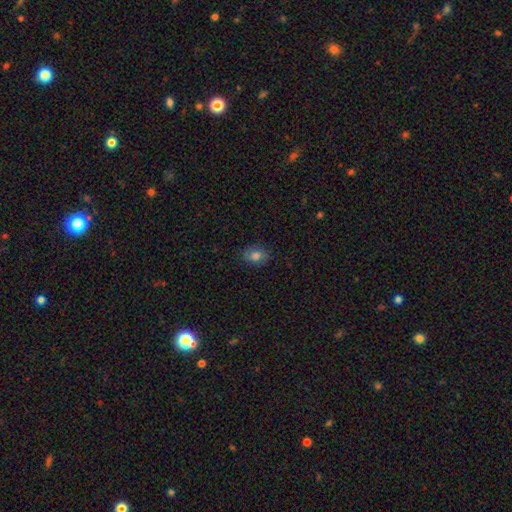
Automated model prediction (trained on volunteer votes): Smooth or featured? Predicted: smooth (p=0.76). How rounded? Predicted: in between (p=0.67). Merging? Predicted: none (p=0.82).